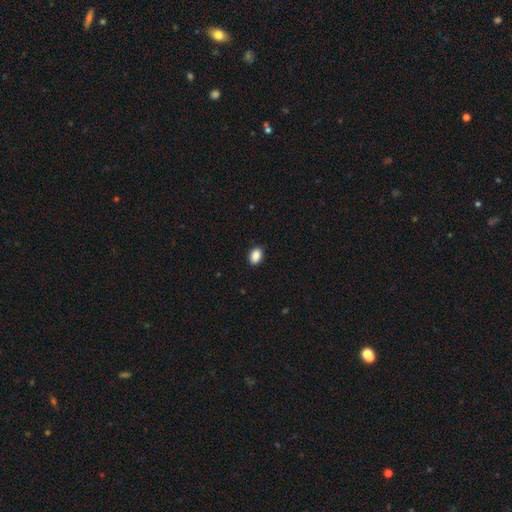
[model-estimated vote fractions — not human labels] Smooth or featured?
  - smooth: 89% *
  - star or artifact: 8%
  - featured or disk: 3%
How rounded?
  - in between: 80% *
  - round: 19%
  - cigar-shaped: 1%
Merging?
  - none: 87% *
  - minor disturbance: 10%
  - major disturbance: 2%
  - merger: 1%